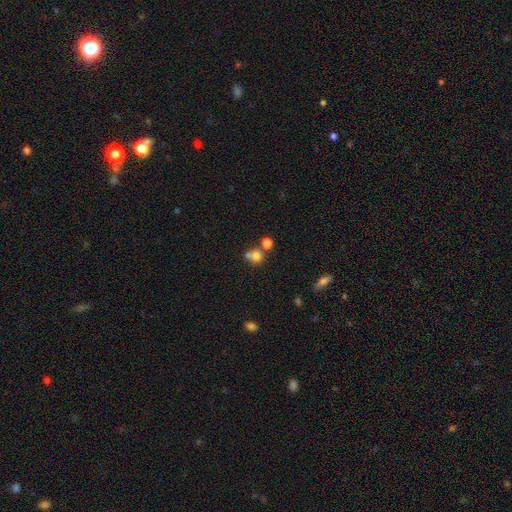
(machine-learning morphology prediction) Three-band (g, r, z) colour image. It shows a smooth galaxy with no disk features (75%) that is round (82%). Merging: none (45%).